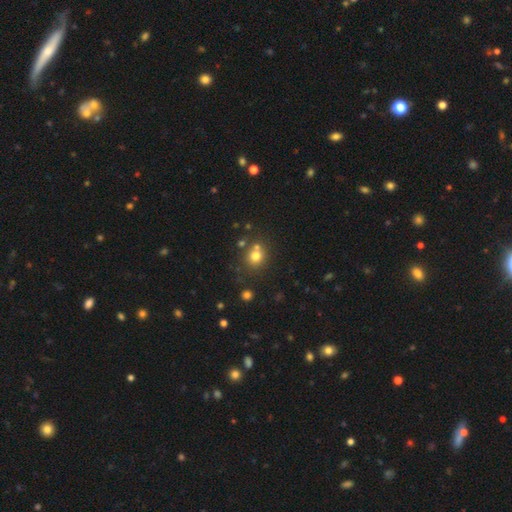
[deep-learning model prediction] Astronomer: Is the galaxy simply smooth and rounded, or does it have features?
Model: smooth — 74%.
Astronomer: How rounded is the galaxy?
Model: round — 83%.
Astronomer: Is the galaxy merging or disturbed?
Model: none — 63%.